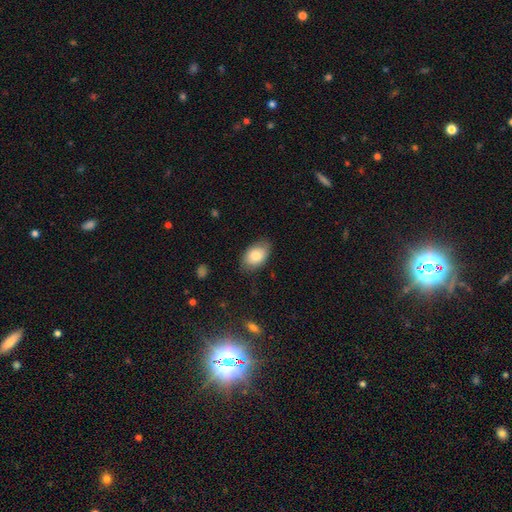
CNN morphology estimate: A smooth galaxy with no disk features (79%) that is in between round and cigar-shaped (89%). Merging: none (75%).